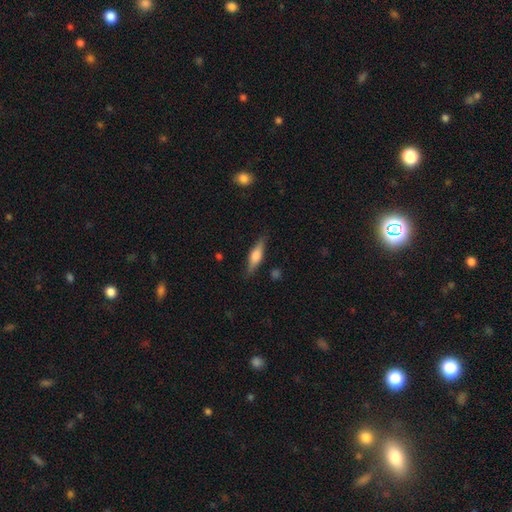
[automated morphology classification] Smooth or featured? Predicted: smooth (p=0.55). How rounded? Predicted: cigar-shaped (p=0.60). Merging? Predicted: none (p=0.83).